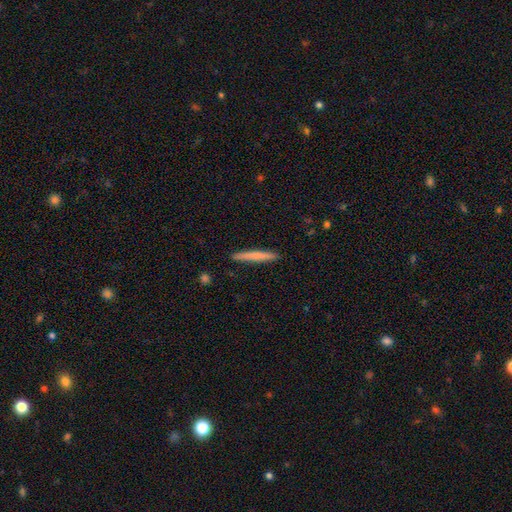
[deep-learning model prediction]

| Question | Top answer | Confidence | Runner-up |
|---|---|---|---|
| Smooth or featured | smooth | 68% | featured or disk (26%) |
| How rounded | cigar-shaped | 96% | in between (3%) |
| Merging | none | 91% | minor disturbance (6%) |